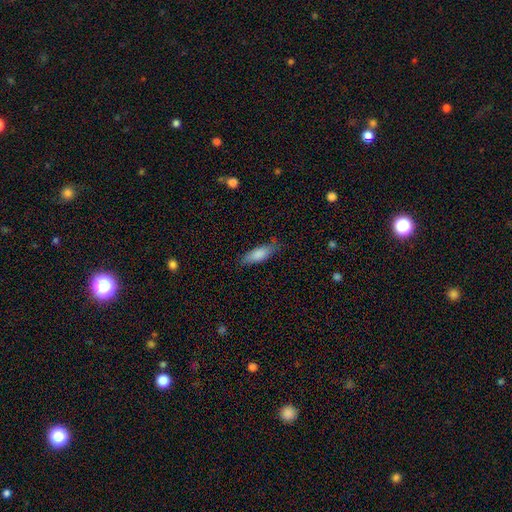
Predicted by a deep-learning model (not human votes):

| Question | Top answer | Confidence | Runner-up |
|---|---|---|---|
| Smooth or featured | smooth | 68% | featured or disk (21%) |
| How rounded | in between | 49% | tied: cigar-shaped (49%) |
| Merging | none | 80% | minor disturbance (15%) |